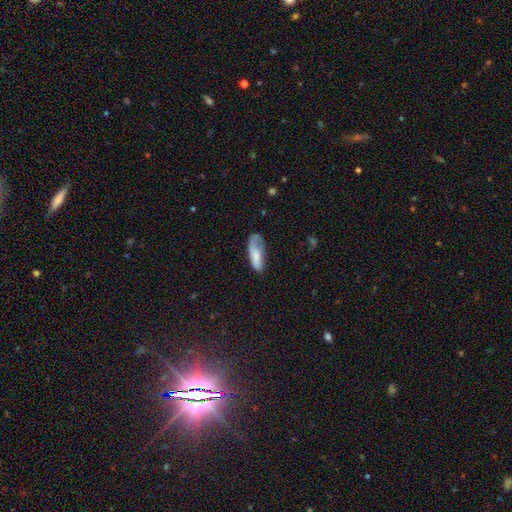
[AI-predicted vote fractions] Smooth or featured? smooth (69%)
How rounded? in between (69%)
Merging? none (36%)